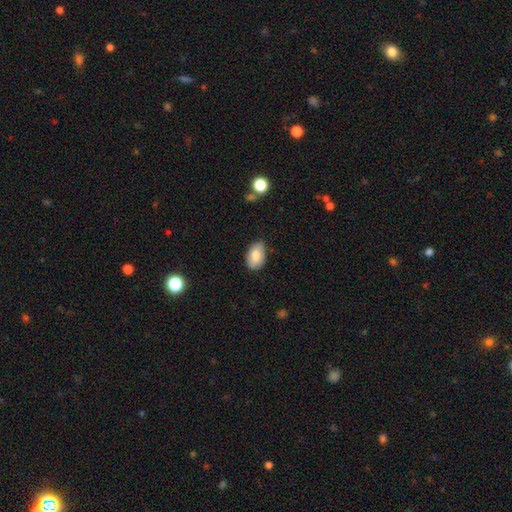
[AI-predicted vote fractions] Smooth or featured? smooth (82%)
How rounded? in between (92%)
Merging? none (81%)